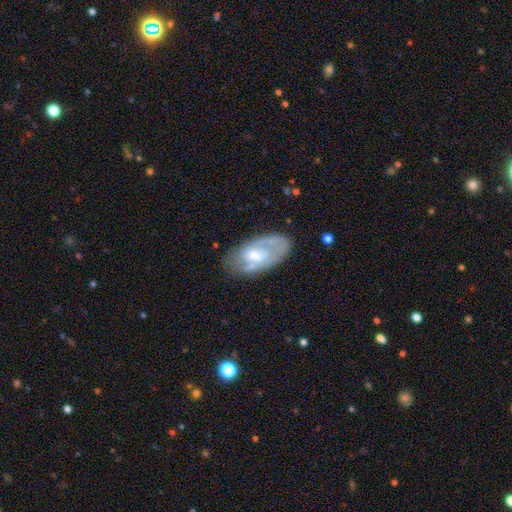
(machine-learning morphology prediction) This is likely a featured or disk galaxy (60%). It is clearly not viewed edge-on (93%). Bar: possibly no (49%). Spiral arm pattern: likely yes (62%). Central bulge: possibly moderate (51%). Merging: likely none (65%).